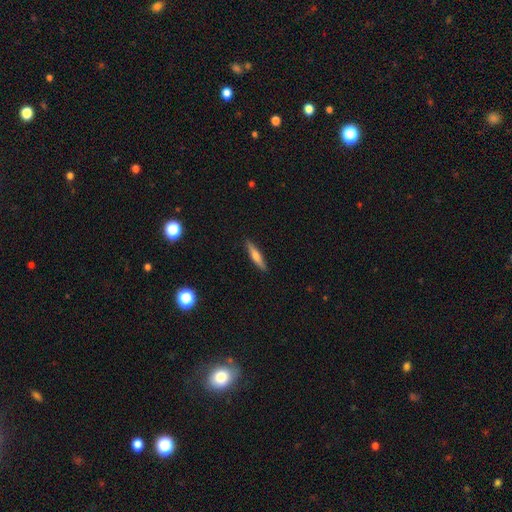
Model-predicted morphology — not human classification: This appears to be a smooth galaxy with no disk features (56%) that is cigar-shaped (86%). Merging: none (89%).